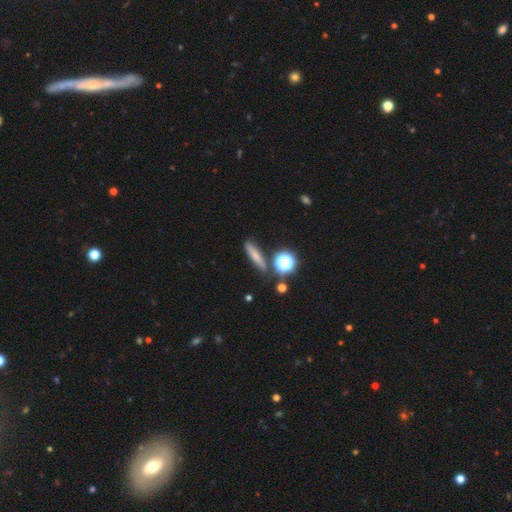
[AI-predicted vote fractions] Smooth or featured?
  - smooth: 68% *
  - featured or disk: 17%
  - star or artifact: 15%
How rounded?
  - cigar-shaped: 72% *
  - in between: 14%
  - round: 14%
Merging?
  - none: 82% *
  - minor disturbance: 10%
  - merger: 5%
  - major disturbance: 3%